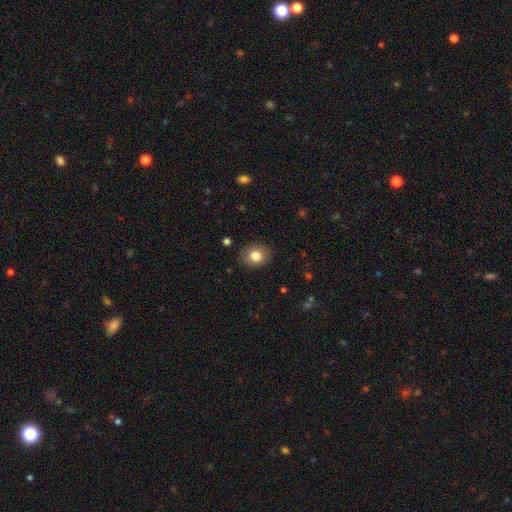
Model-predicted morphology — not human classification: smooth 82%, star or artifact 9%, featured or disk 9%. Down the decision tree: how rounded — round (57%); merging — none (87%).